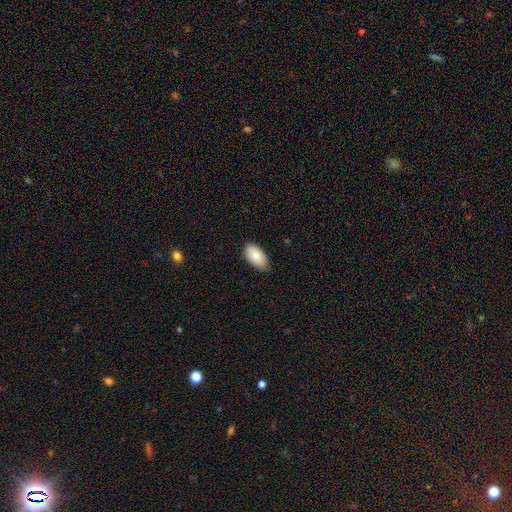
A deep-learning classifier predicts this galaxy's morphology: Q: Smooth or featured?
A: smooth (80%); runner-up: featured or disk (13%)
Q: How rounded?
A: in between (95%); runner-up: round (3%)
Q: Merging?
A: none (84%); runner-up: minor disturbance (14%)